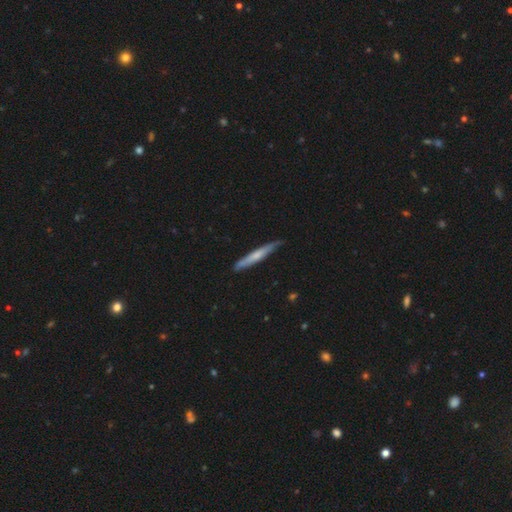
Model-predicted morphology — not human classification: Q: Smooth or featured?
A: smooth (52%); runner-up: featured or disk (43%)
Q: How rounded?
A: cigar-shaped (95%); runner-up: in between (3%)
Q: Merging?
A: none (84%); runner-up: minor disturbance (14%)